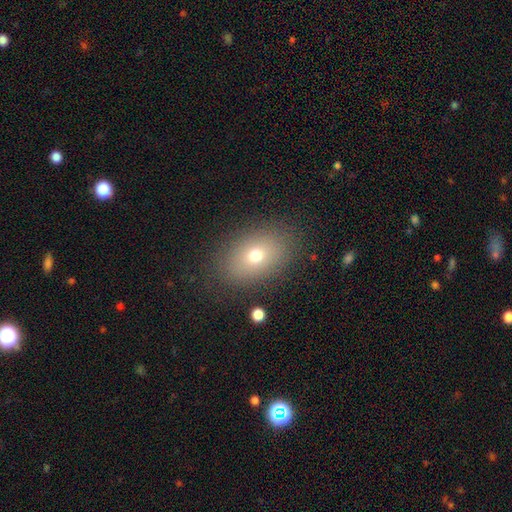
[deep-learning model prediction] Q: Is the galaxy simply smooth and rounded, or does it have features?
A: smooth — 71%.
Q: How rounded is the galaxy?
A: in between — 80%.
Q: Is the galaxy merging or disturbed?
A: none — 84%.